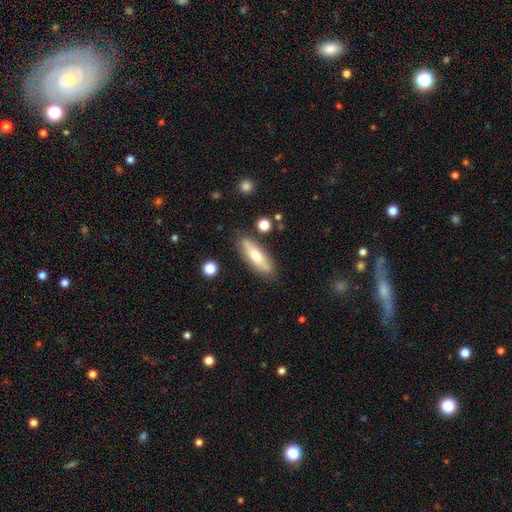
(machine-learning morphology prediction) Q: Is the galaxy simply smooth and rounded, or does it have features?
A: smooth — 61%.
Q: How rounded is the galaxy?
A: cigar-shaped — 52%.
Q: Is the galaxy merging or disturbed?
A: none — 81%.